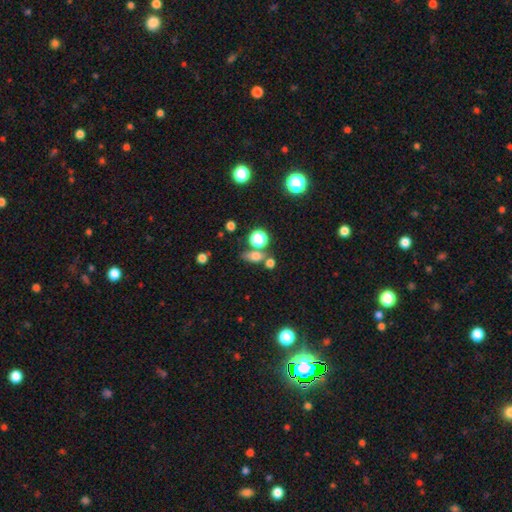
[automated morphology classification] Smooth or featured?
  - smooth: 68% *
  - star or artifact: 20%
  - featured or disk: 12%
How rounded?
  - in between: 64% *
  - round: 29%
  - cigar-shaped: 7%
Merging?
  - none: 61% *
  - merger: 21%
  - minor disturbance: 13%
  - major disturbance: 6%